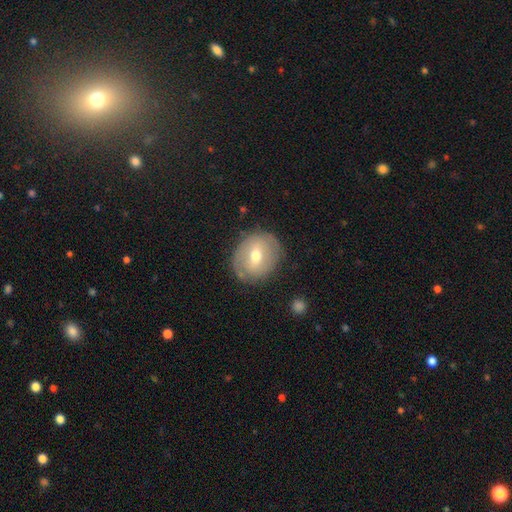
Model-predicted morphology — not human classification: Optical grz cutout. It shows a smooth galaxy with no disk features (47%). Merging: none (77%).